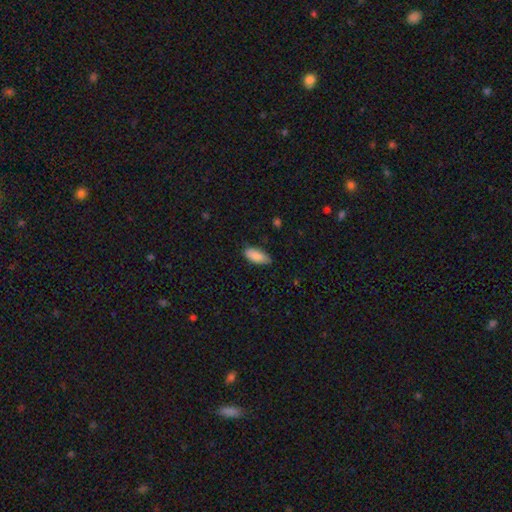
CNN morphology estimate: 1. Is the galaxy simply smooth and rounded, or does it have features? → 89% smooth, 6% star or artifact, 5% featured or disk.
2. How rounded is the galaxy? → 86% in between, 13% cigar-shaped, 2% round.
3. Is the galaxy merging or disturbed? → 78% none, 18% minor disturbance, 3% major disturbance, 1% merger.